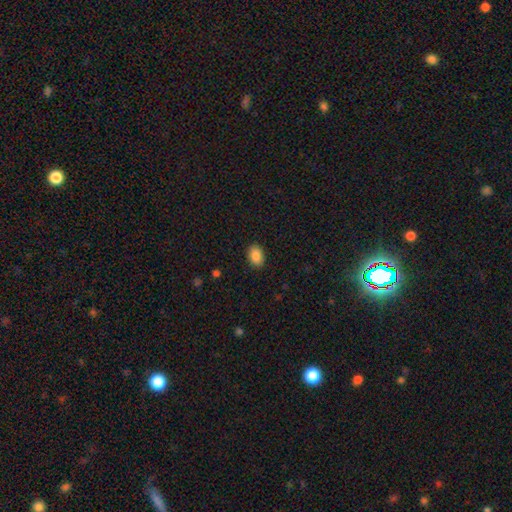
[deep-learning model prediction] A smooth galaxy with no disk features (88%) that is in between round and cigar-shaped (82%). Merging: none (89%).